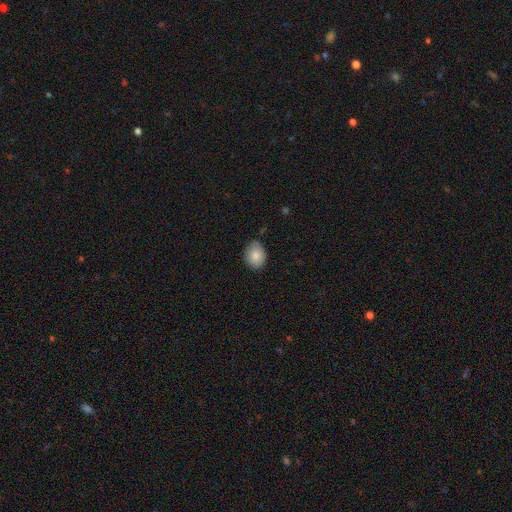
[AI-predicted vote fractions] Smooth or featured? smooth (83%)
How rounded? in between (55%)
Merging? none (74%)